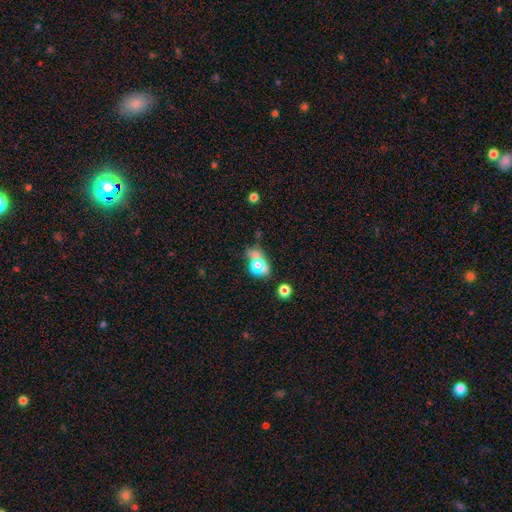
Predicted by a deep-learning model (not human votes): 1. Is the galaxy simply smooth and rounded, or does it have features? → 60% smooth, 27% featured or disk, 13% star or artifact.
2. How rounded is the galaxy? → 66% in between, 30% round, 4% cigar-shaped.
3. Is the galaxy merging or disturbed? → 38% merger, 35% none, 16% minor disturbance, 12% major disturbance.